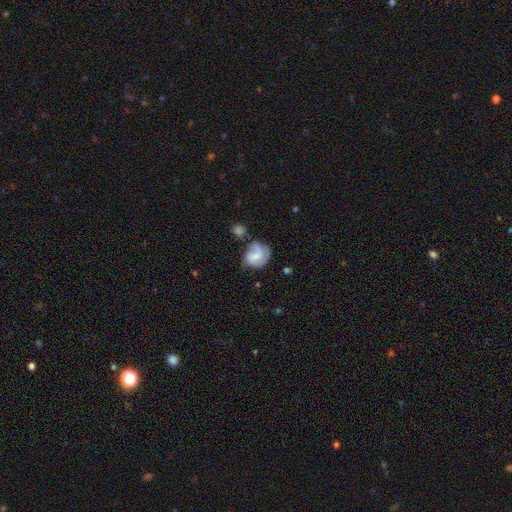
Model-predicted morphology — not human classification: A featured or disk galaxy (53%) with no bar (50%), spiral arms (82%) and a small central bulge (45%).

Vote fractions:
- Smooth or featured? featured or disk: 53% / smooth: 39% / star or artifact: 7%
- Edge-on disk? no: 97% / yes: 3%
- Bar? no: 50% / weak: 41% / strong: 9%
- Spiral arms? yes: 82% / no: 18%
- Bulge size? small: 45% / moderate: 31% / none: 18% / large: 4% / dominant: 1%
- Merging? none: 45% / minor disturbance: 26% / major disturbance: 18% / merger: 10%